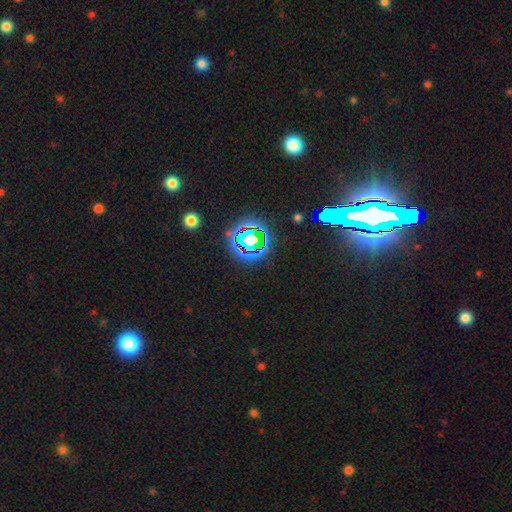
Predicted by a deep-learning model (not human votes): Smooth or featured? Predicted: star or artifact (p=0.82).